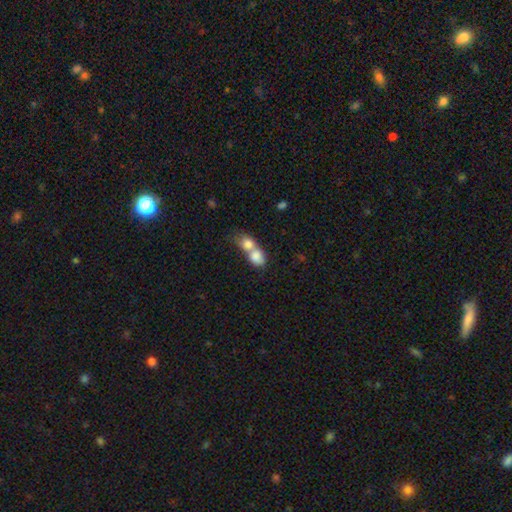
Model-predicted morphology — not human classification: The model was most divided on "how rounded": in between: 52%, round: 45%, cigar-shaped: 3%. More confident: merging — merger (79%); smooth or featured — smooth (76%).